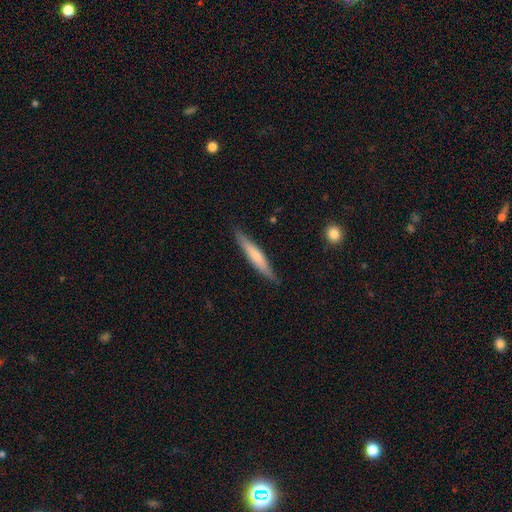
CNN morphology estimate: Smooth or featured? Predicted: smooth (p=0.60). How rounded? Predicted: cigar-shaped (p=0.91). Merging? Predicted: none (p=0.85).